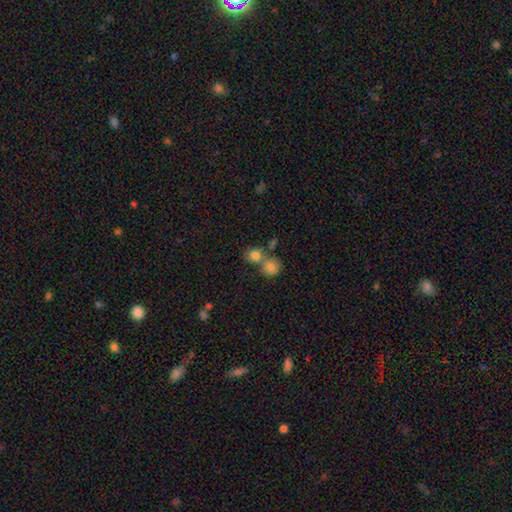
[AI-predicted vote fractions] Smooth or featured? smooth (79%)
How rounded? round (69%)
Merging? merger (53%)